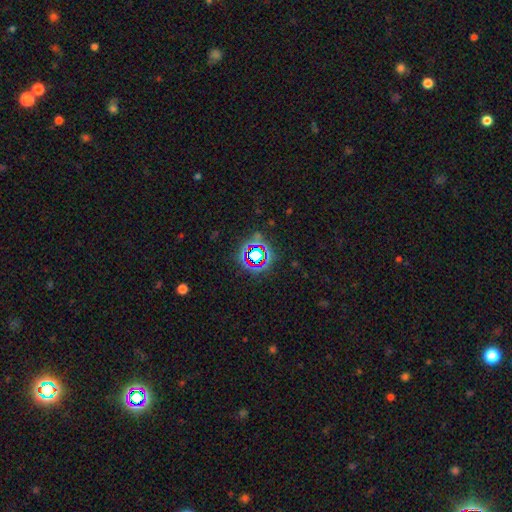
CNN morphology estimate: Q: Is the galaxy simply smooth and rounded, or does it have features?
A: star or artifact — 65%.